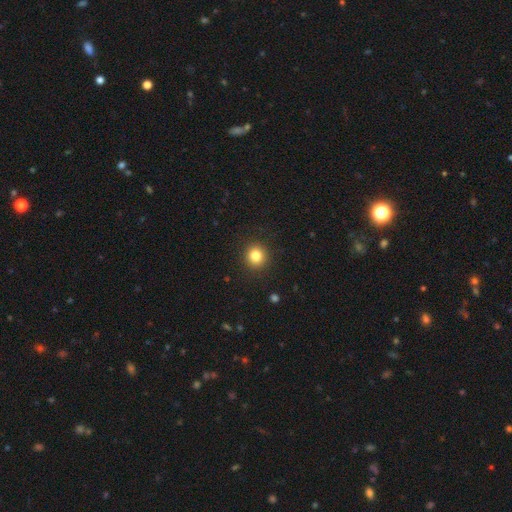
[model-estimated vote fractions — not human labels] Smooth or featured? smooth (82%)
How rounded? round (91%)
Merging? none (92%)